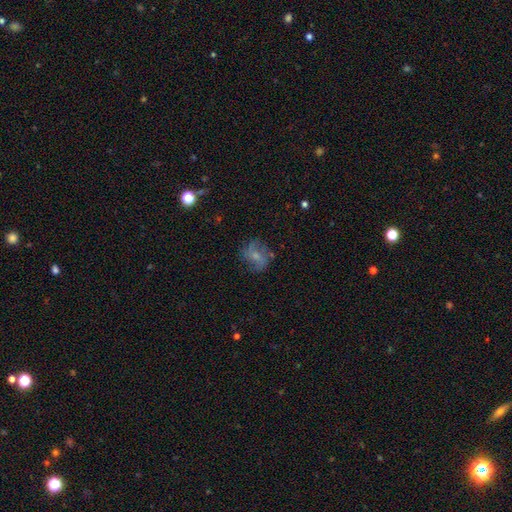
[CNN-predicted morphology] The model was most divided on "smooth or featured": featured or disk: 48%, smooth: 41%, star or artifact: 11%. More confident: merging — none (66%).